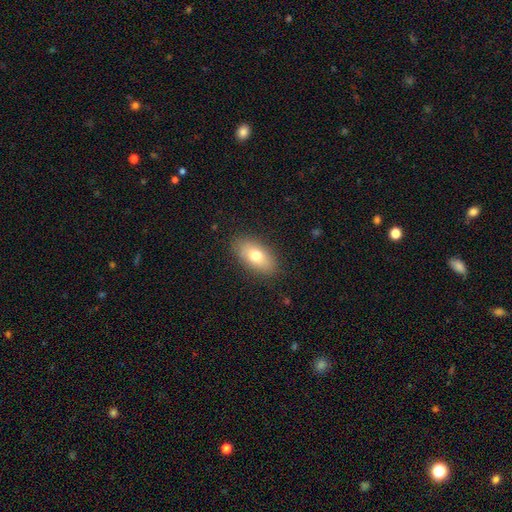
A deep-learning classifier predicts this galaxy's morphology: The model was most divided on "smooth or featured": smooth: 74%, featured or disk: 18%, star or artifact: 8%. More confident: how rounded — in between (90%); merging — none (86%).